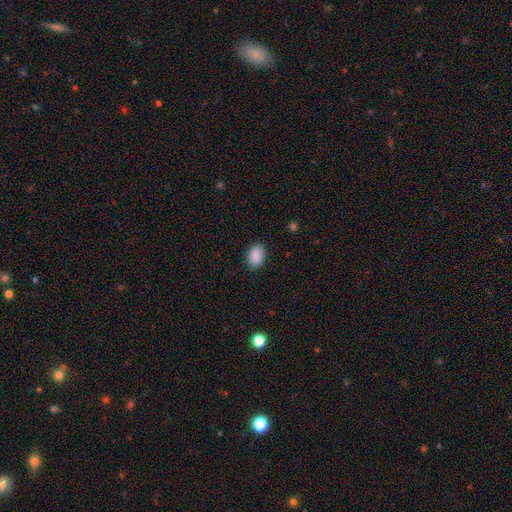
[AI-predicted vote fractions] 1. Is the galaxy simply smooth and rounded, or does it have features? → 90% smooth, 7% star or artifact, 3% featured or disk.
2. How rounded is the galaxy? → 84% in between, 15% round, 1% cigar-shaped.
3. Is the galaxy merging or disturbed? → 88% none, 9% minor disturbance, 2% major disturbance, 1% merger.